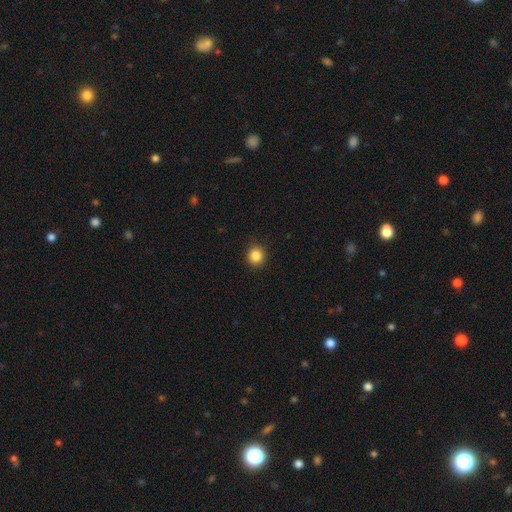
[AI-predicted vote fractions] A smooth galaxy with no disk features (85%) that is round (92%). Merging: none (91%).